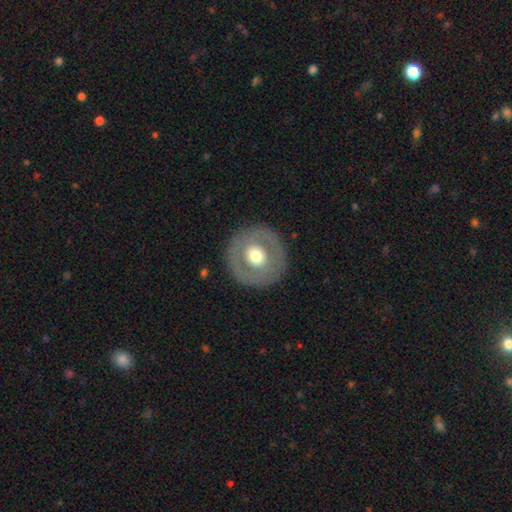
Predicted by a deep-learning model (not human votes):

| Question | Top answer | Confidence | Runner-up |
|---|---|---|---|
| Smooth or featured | smooth | 51% | featured or disk (43%) |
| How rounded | round | 94% | in between (5%) |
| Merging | none | 88% | minor disturbance (7%) |